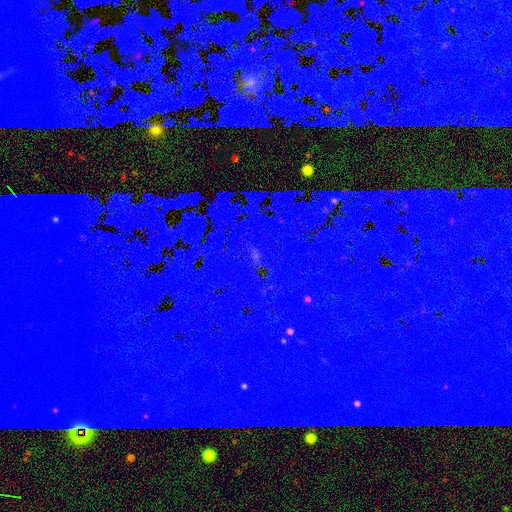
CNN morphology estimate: Q: Smooth or featured?
A: star or artifact (86%); runner-up: featured or disk (7%)